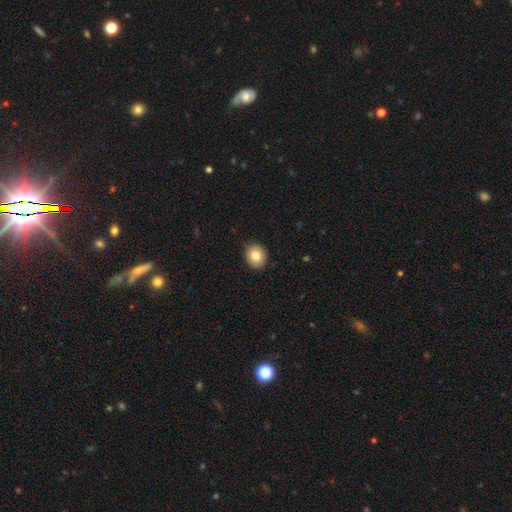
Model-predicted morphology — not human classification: The model was most divided on "how rounded": round: 69%, in between: 30%, cigar-shaped: 1%. More confident: merging — none (91%); smooth or featured — smooth (81%).